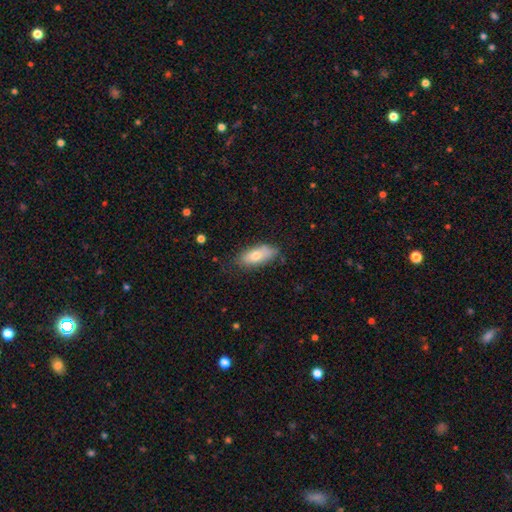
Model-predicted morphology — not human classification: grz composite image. It shows a smooth galaxy with no disk features (73%) that is in between round and cigar-shaped (84%). Merging: none (68%).